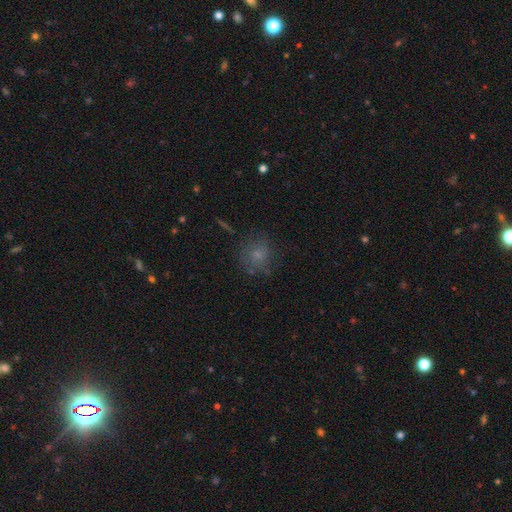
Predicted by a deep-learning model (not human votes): Q: Smooth or featured?
A: smooth (65%); runner-up: featured or disk (17%)
Q: How rounded?
A: round (84%); runner-up: in between (15%)
Q: Merging?
A: none (72%); runner-up: minor disturbance (18%)